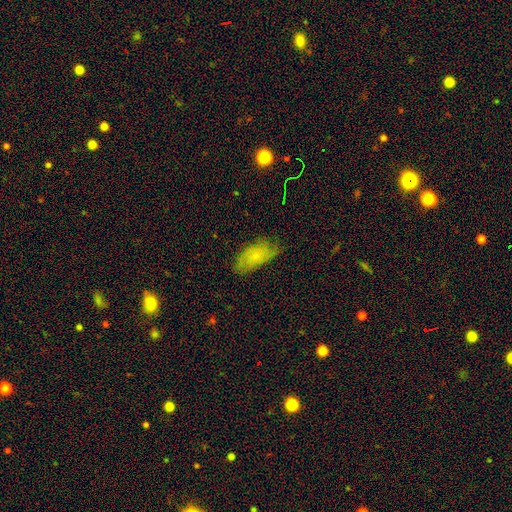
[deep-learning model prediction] This is likely a smooth galaxy (63%). How rounded: clearly in between (90%). Merging: likely none (65%).